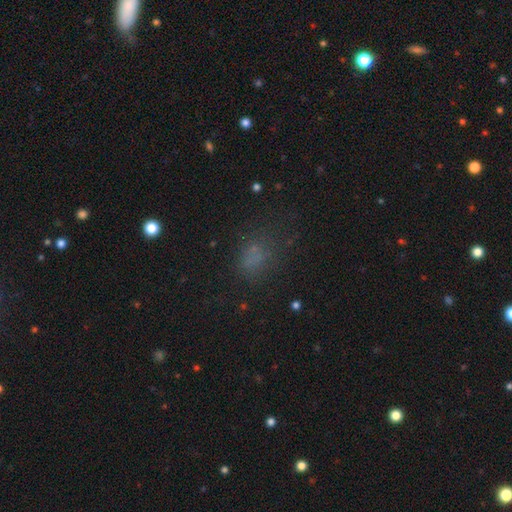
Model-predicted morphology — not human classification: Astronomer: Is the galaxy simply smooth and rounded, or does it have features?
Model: smooth — 60%.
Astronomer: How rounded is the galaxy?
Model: in between — 58% (runner-up: round, 39%).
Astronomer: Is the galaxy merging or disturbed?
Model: none — 61%.